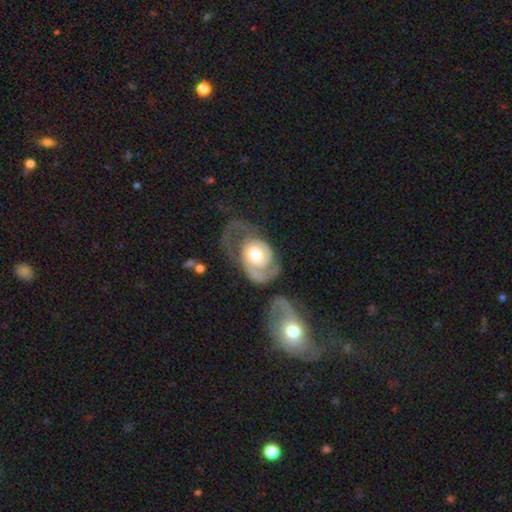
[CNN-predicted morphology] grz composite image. It shows a featured or disk galaxy (82%) with no bar (76%), 2 (61%) tight (42%) spiral arms (91%) and a moderate central bulge (55%). Merging: major disturbance (38%).